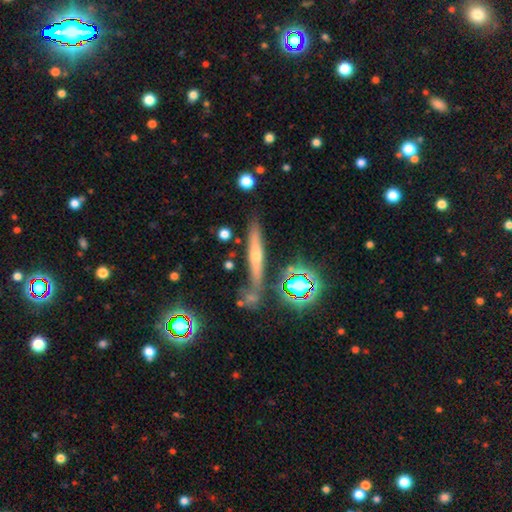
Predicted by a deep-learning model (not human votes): This is possibly a featured or disk galaxy (52%). It is clearly viewed edge-on (89%). Merging: likely none (78%).